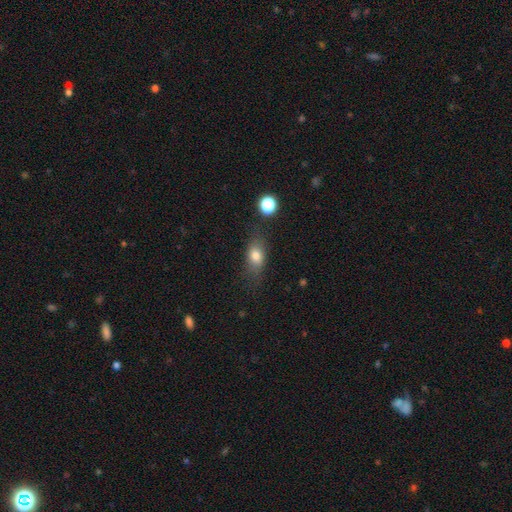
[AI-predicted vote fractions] This is likely a smooth galaxy (76%). How rounded: likely in between (75%). Merging: likely none (71%).